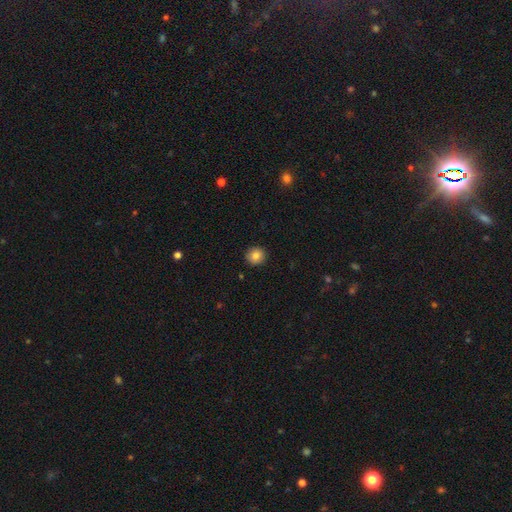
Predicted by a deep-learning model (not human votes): Overall: smooth (84%). How rounded: round (93%). Merging: none (92%).